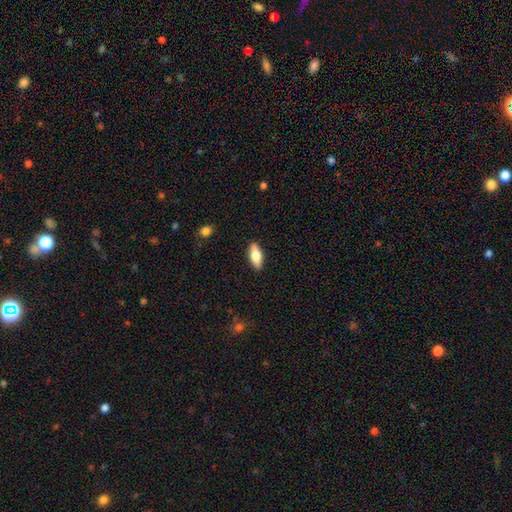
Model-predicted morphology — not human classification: Q: Smooth or featured?
A: smooth (73%); runner-up: featured or disk (21%)
Q: How rounded?
A: in between (77%); runner-up: cigar-shaped (20%)
Q: Merging?
A: none (89%); runner-up: minor disturbance (9%)